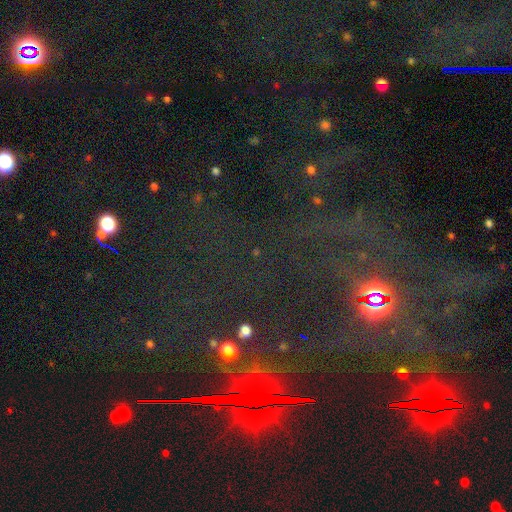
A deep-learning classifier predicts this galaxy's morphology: Overall: star or artifact (81%).